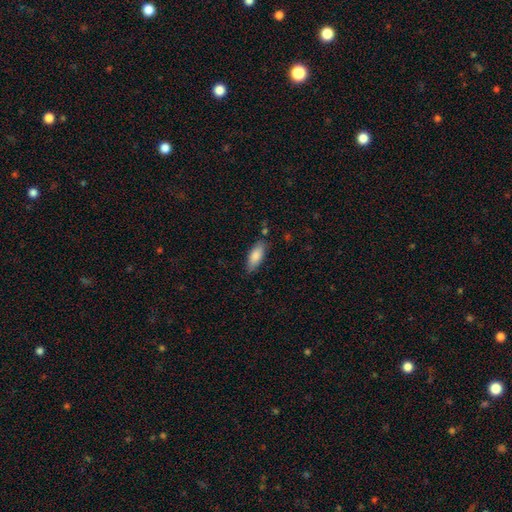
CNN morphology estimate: Smooth or featured: smooth — 85% (featured or disk — 9%)
How rounded: in between — 76% (cigar-shaped — 22%)
Merging: none — 79% (minor disturbance — 15%)